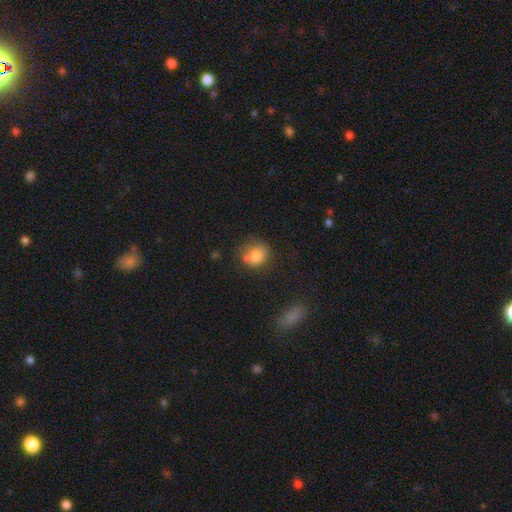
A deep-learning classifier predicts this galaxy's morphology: smooth-or-featured: smooth: 77% | featured or disk: 13% | star or artifact: 10%
  how-rounded: round: 72% | in between: 27% | cigar-shaped: 1%
  merging: none: 55% | minor disturbance: 23% | merger: 14% | major disturbance: 8%